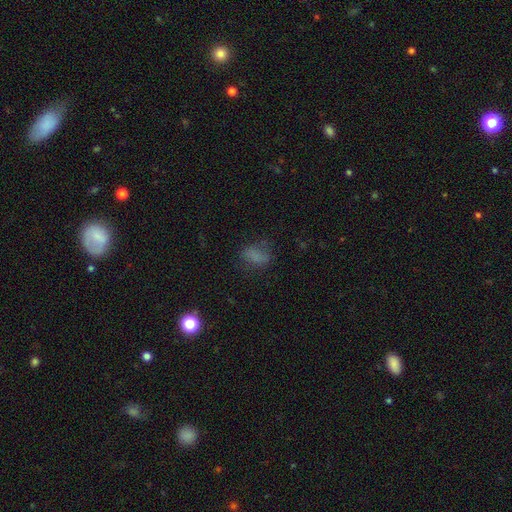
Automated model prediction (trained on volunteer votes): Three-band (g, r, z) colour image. It shows a smooth galaxy with no disk features (70%) that is in between round and cigar-shaped (79%). Merging: none (61%).